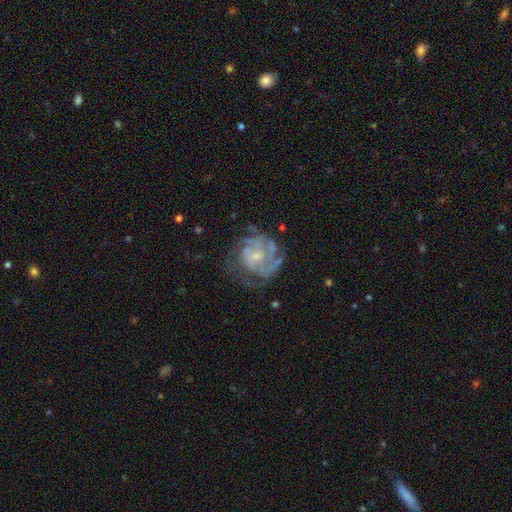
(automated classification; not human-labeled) This appears to be a featured or disk galaxy (82%) with no bar (73%), tight (60%) spiral arms (91%) and a small central bulge (66%). Merging: none (59%).